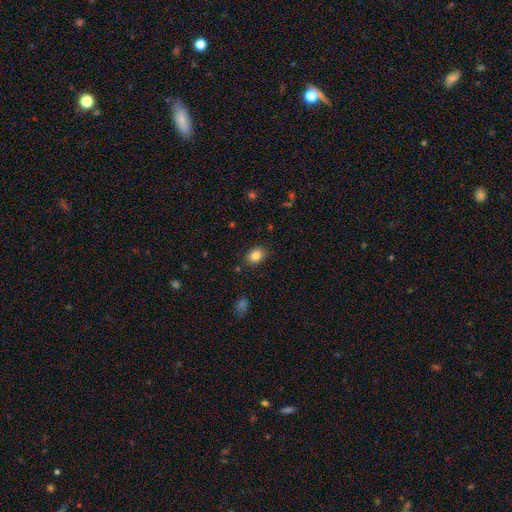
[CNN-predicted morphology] smooth-or-featured: smooth: 83% | star or artifact: 9% | featured or disk: 7%
  how-rounded: in between: 66% | round: 33% | cigar-shaped: 1%
  merging: none: 85% | minor disturbance: 11% | major disturbance: 2% | merger: 2%